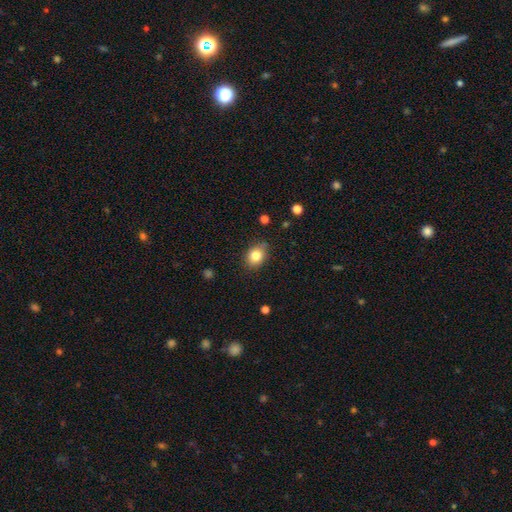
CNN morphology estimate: Q: Smooth or featured?
A: smooth (82%); runner-up: star or artifact (10%)
Q: How rounded?
A: in between (51%); runner-up: round (48%)
Q: Merging?
A: none (82%); runner-up: minor disturbance (14%)